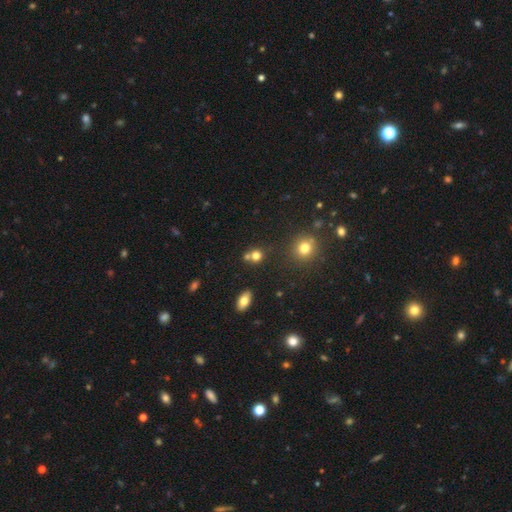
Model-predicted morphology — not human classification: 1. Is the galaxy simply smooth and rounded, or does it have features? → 75% smooth, 16% star or artifact, 9% featured or disk.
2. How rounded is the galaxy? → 82% round, 16% in between, 1% cigar-shaped.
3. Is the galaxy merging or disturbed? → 59% none, 28% merger, 9% minor disturbance, 3% major disturbance.